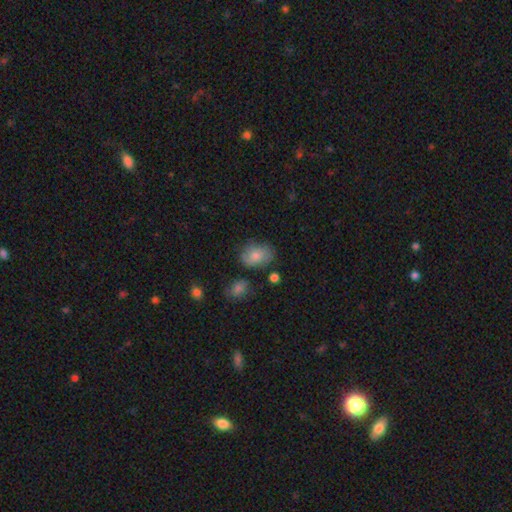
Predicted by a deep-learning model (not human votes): This is likely a smooth galaxy (78%). How rounded: likely in between (71%). Merging: likely none (64%).